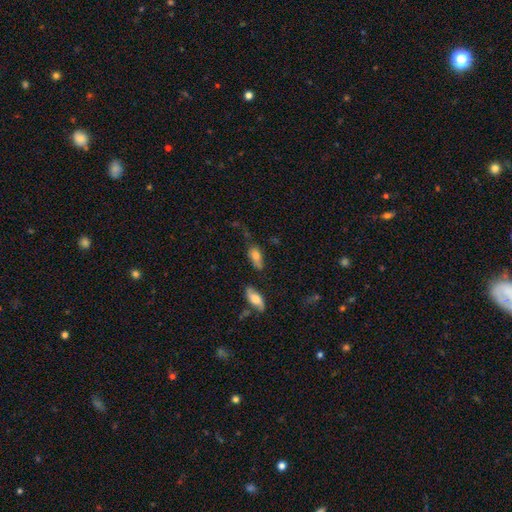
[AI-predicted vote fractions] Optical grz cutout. It shows a smooth galaxy with no disk features (74%) that is in between round and cigar-shaped (86%). Merging: none (47%).